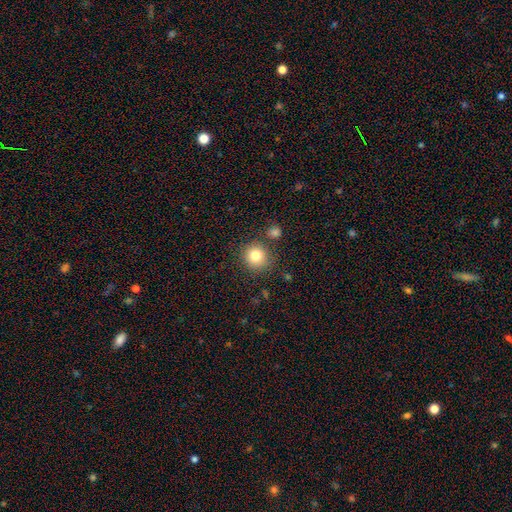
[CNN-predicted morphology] type=smooth (81%); roundness=round (91%); merging=none (80%).